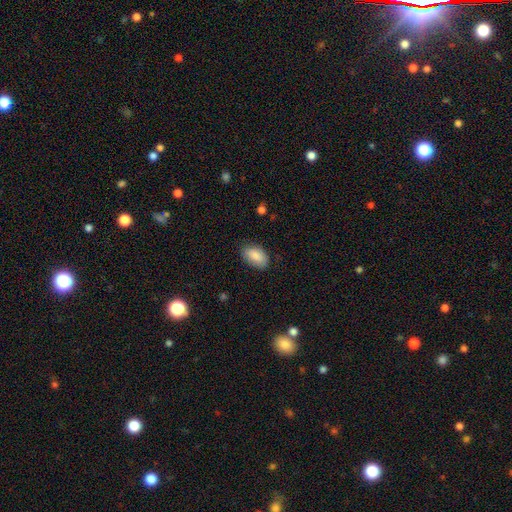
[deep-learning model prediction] This is clearly a smooth galaxy (87%). How rounded: clearly in between (93%). Merging: clearly none (81%).